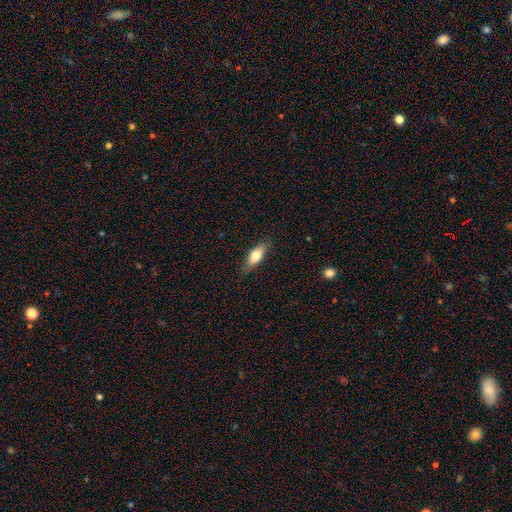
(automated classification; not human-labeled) Smooth or featured?
  - smooth: 76% *
  - featured or disk: 18%
  - star or artifact: 6%
How rounded?
  - in between: 76% *
  - cigar-shaped: 21%
  - round: 3%
Merging?
  - none: 82% *
  - minor disturbance: 14%
  - major disturbance: 3%
  - merger: 1%